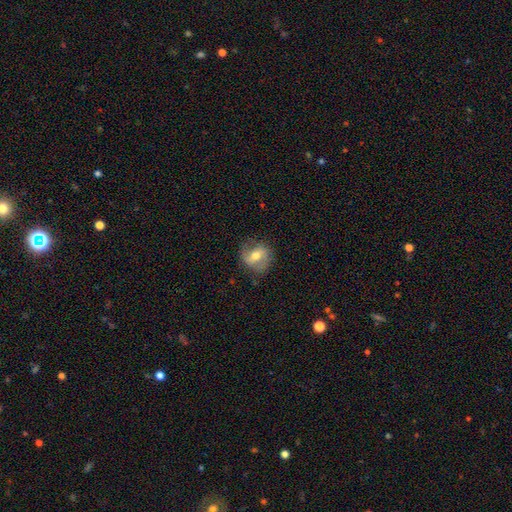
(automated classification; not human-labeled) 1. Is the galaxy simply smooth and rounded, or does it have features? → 54% featured or disk, 38% smooth, 8% star or artifact.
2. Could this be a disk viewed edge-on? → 94% no, 6% yes.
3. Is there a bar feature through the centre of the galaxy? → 41% weak, 35% strong, 25% no.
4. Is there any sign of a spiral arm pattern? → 69% yes, 31% no.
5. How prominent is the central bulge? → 70% moderate, 21% small, 6% large, 1% none, 1% dominant.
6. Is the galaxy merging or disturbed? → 73% none, 19% minor disturbance, 8% major disturbance, 1% merger.